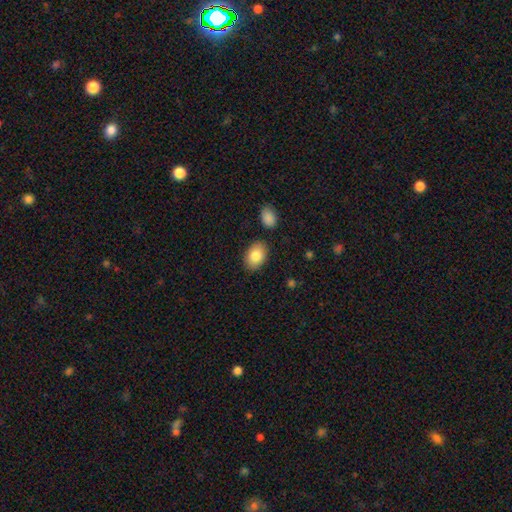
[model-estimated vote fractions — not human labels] Morphology: type=smooth (83%); roundness=in between (83%); merging=none (85%).